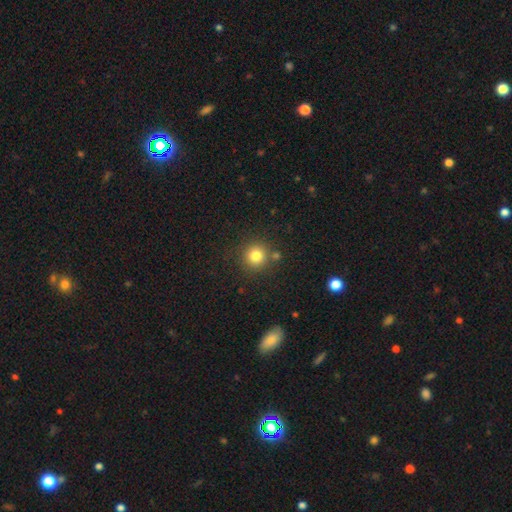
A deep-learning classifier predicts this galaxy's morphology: This is clearly a smooth galaxy (81%). How rounded: clearly round (94%). Merging: clearly none (82%).